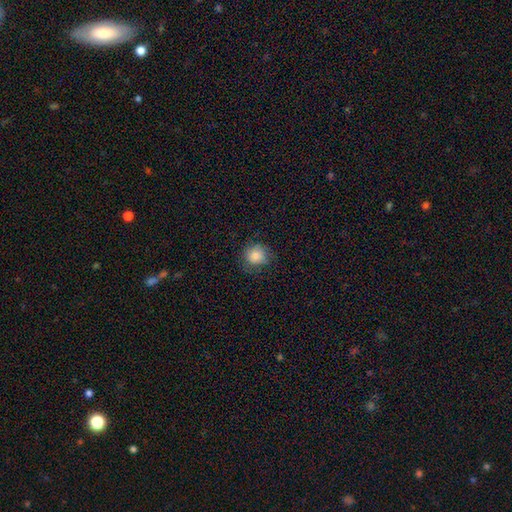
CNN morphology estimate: A smooth galaxy with no disk features (85%) that is round (85%). Merging: none (74%).